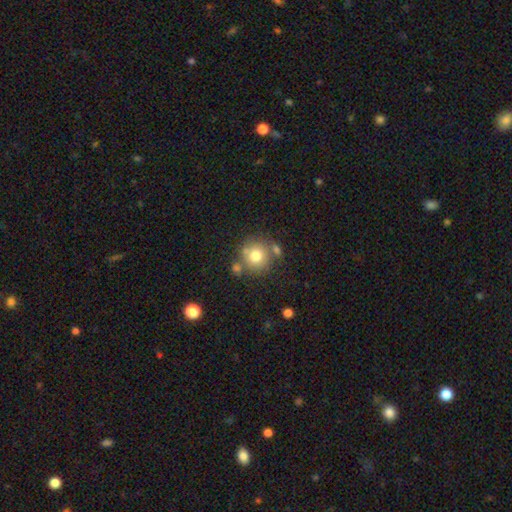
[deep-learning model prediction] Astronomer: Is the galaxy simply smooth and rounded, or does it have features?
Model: smooth — 75%.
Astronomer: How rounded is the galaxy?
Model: round — 91%.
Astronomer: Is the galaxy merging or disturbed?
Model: none — 67%.